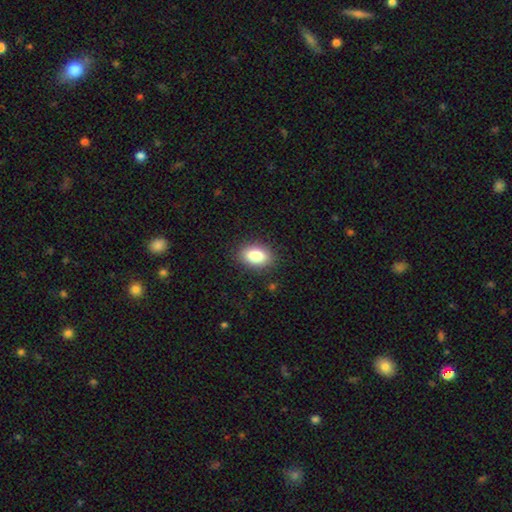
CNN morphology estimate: Q: Smooth or featured?
A: smooth (85%); runner-up: star or artifact (8%)
Q: How rounded?
A: in between (88%); runner-up: round (10%)
Q: Merging?
A: none (87%); runner-up: minor disturbance (9%)